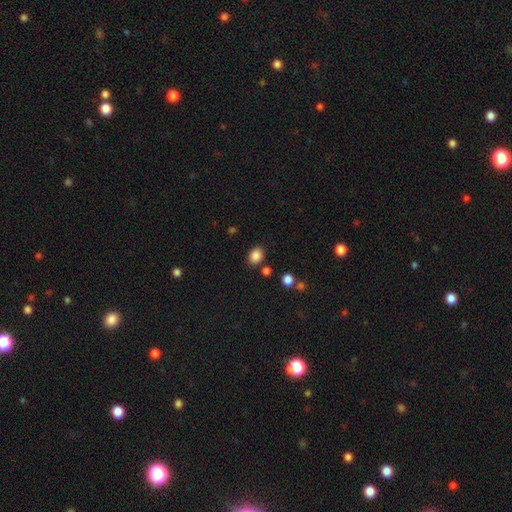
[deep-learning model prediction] Smooth or featured? Predicted: smooth (p=0.86). How rounded? Predicted: in between (p=0.60). Merging? Predicted: none (p=0.81).